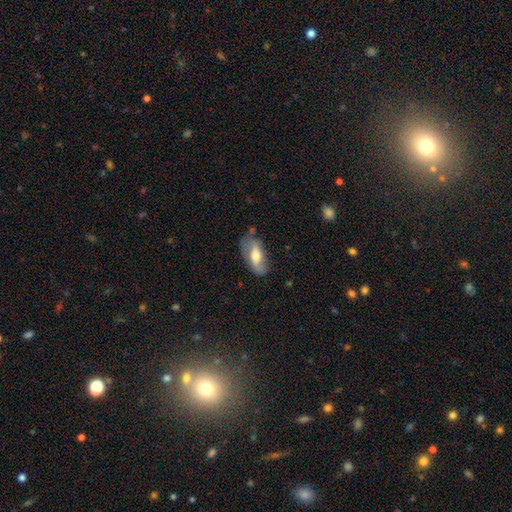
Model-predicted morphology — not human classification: Overall: smooth (55%; featured or disk 39%). How rounded: in between (86%). Merging: none (64%; minor disturbance 25%).